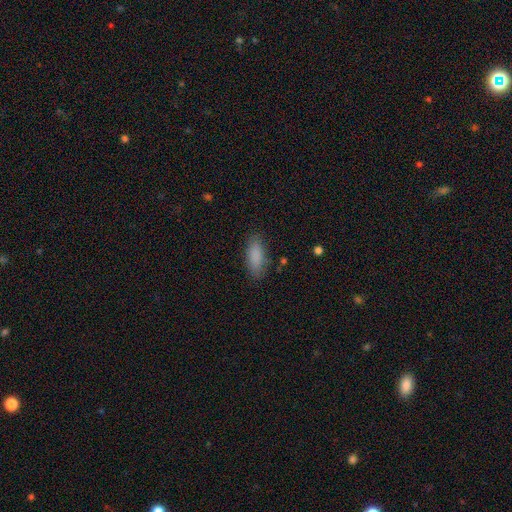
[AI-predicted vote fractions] smooth 87%, star or artifact 7%, featured or disk 6%. Down the decision tree: how rounded — in between (78%); merging — none (83%).